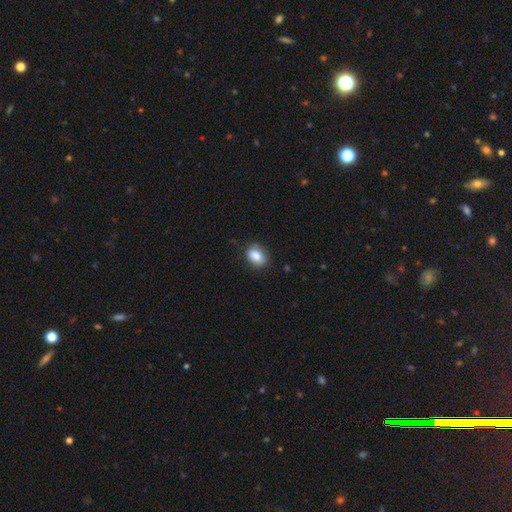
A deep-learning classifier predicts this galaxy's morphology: Smooth or featured: smooth — 85% (star or artifact — 8%)
How rounded: in between — 74% (round — 24%)
Merging: none — 77% (minor disturbance — 18%)